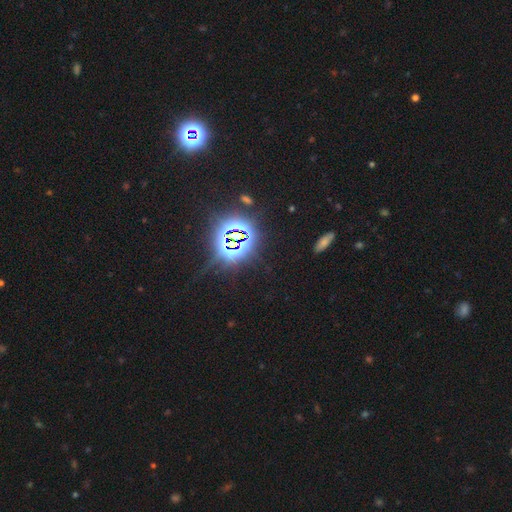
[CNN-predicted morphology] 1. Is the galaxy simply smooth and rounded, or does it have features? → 83% star or artifact, 11% smooth, 6% featured or disk.